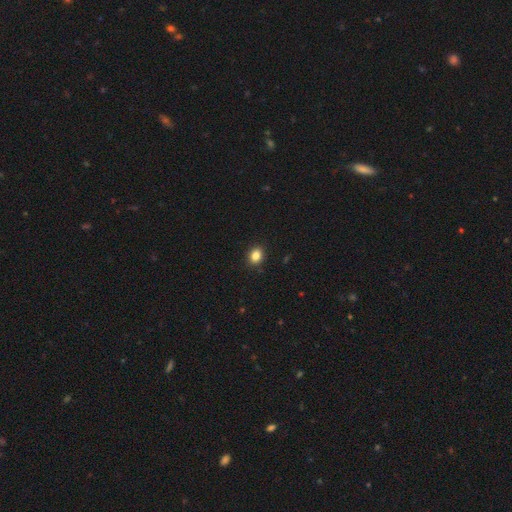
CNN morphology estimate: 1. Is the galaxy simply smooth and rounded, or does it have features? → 85% smooth, 11% star or artifact, 5% featured or disk.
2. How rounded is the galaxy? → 55% round, 44% in between, 1% cigar-shaped.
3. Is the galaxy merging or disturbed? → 90% none, 7% minor disturbance, 2% major disturbance, 1% merger.